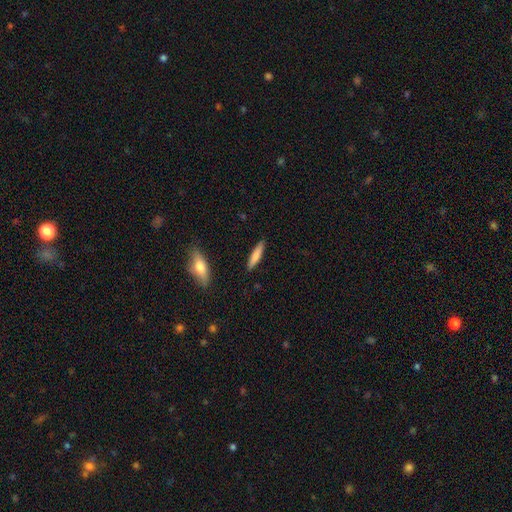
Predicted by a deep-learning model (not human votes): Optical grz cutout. It shows a smooth galaxy with no disk features (75%) that is cigar-shaped (83%). Merging: none (89%).